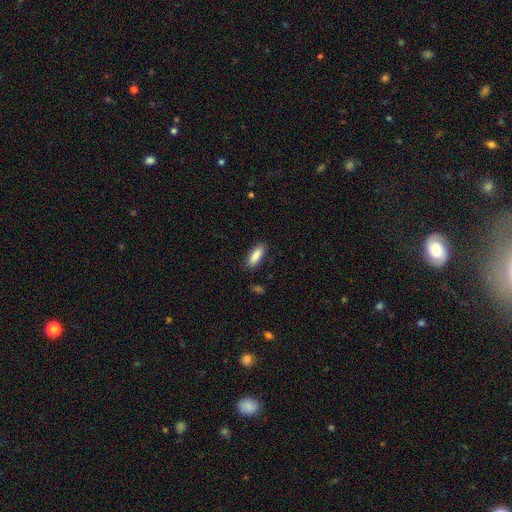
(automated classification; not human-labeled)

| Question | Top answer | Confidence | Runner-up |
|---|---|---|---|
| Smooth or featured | smooth | 89% | star or artifact (6%) |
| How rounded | in between | 68% | cigar-shaped (31%) |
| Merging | none | 86% | minor disturbance (10%) |